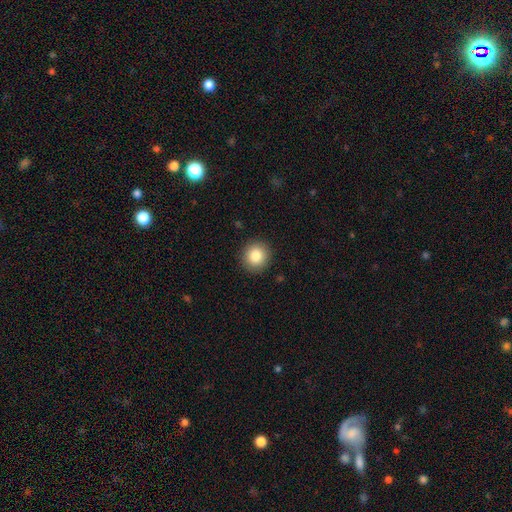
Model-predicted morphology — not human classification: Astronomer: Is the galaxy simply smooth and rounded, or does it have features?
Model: smooth — 84%.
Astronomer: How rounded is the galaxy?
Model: round — 91%.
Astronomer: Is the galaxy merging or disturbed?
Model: none — 91%.